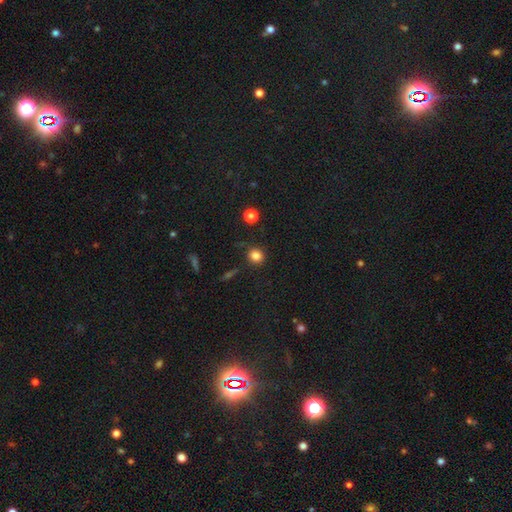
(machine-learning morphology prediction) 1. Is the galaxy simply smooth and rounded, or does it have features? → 82% smooth, 13% star or artifact, 5% featured or disk.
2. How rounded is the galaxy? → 86% round, 13% in between, 1% cigar-shaped.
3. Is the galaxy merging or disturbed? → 83% none, 11% minor disturbance, 3% major disturbance, 3% merger.